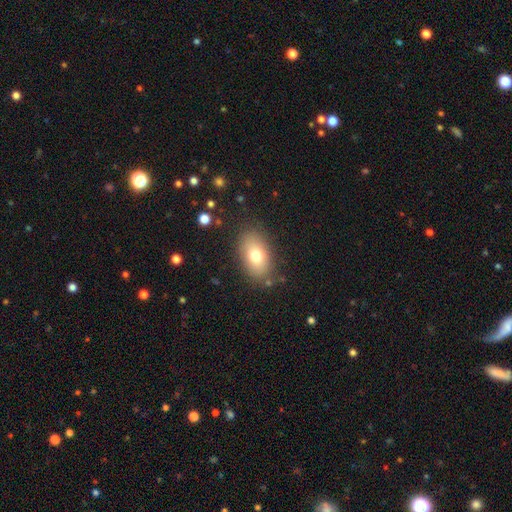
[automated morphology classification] A smooth galaxy with no disk features (76%) that is in between round and cigar-shaped (89%).

Vote fractions:
- Smooth or featured? smooth: 76% / featured or disk: 16% / star or artifact: 9%
- How rounded? in between: 89% / round: 9% / cigar-shaped: 2%
- Merging? none: 81% / minor disturbance: 12% / major disturbance: 4% / merger: 2%